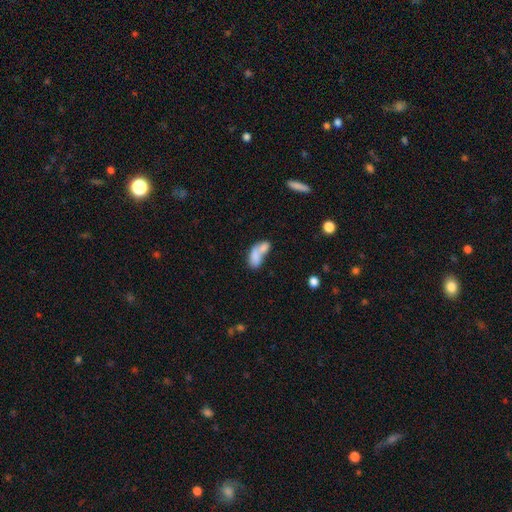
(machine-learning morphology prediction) Smooth or featured? Predicted: smooth (p=0.72). How rounded? Predicted: in between (p=0.87). Merging? Predicted: merger (p=0.64).